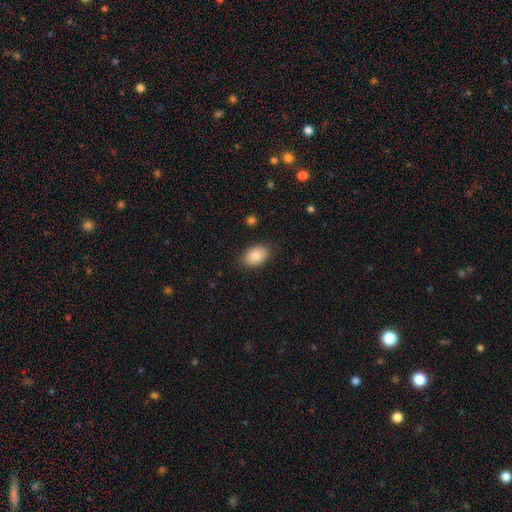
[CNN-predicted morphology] smooth-or-featured: smooth: 84% | featured or disk: 8% | star or artifact: 7%
  how-rounded: in between: 86% | round: 13% | cigar-shaped: 1%
  merging: none: 86% | minor disturbance: 11% | major disturbance: 2% | merger: 1%